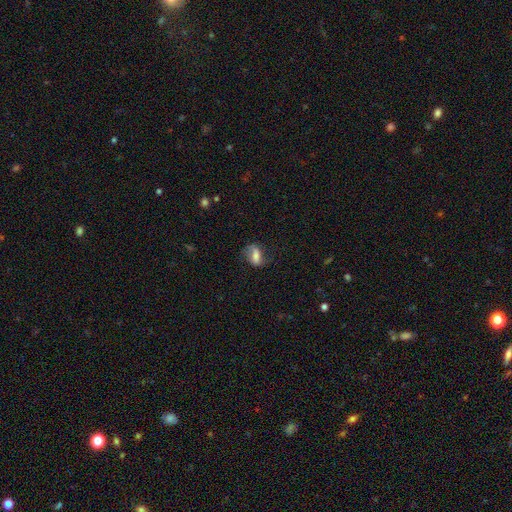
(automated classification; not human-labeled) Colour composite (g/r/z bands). It shows a smooth galaxy with no disk features (48%). Merging: none (62%).